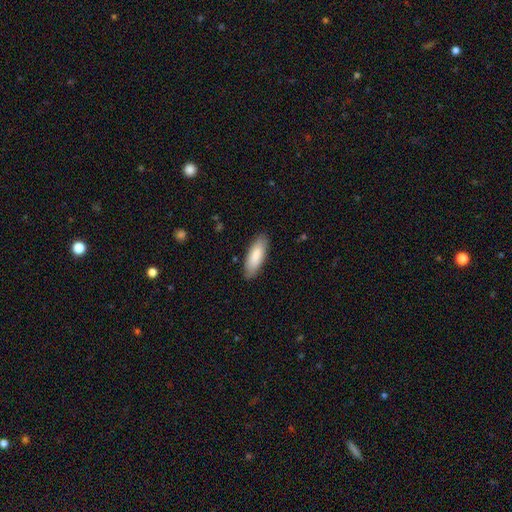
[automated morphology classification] Q: Smooth or featured?
A: smooth (84%); runner-up: featured or disk (11%)
Q: How rounded?
A: in between (63%); runner-up: cigar-shaped (35%)
Q: Merging?
A: none (87%); runner-up: minor disturbance (10%)